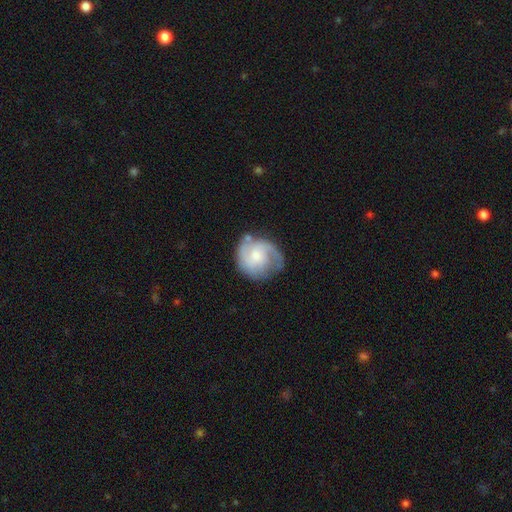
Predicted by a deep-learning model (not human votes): Smooth or featured? featured or disk (67%)
Edge-on disk? no (98%)
Bar? no (66%)
Spiral arms? yes (89%)
Spiral winding? medium (43%)
Spiral arm count? 2 (40%)
Bulge size? small (50%)
Merging? none (53%)